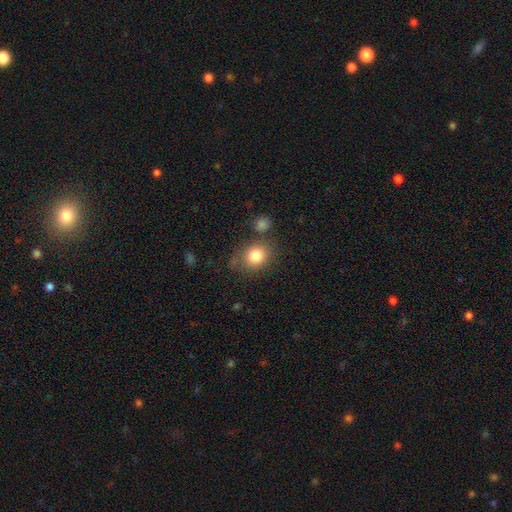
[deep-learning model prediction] Smooth or featured?
  - smooth: 82% *
  - star or artifact: 10%
  - featured or disk: 8%
How rounded?
  - round: 62% *
  - in between: 37%
  - cigar-shaped: 1%
Merging?
  - none: 69% *
  - minor disturbance: 16%
  - merger: 9%
  - major disturbance: 6%